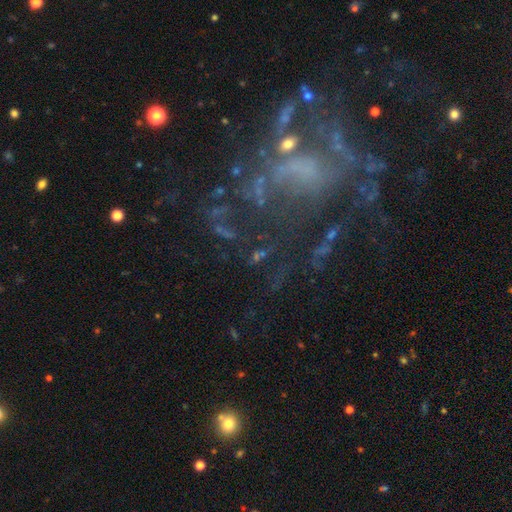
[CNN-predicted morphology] A featured or disk galaxy (67%) with no bar (69%), no spiral arms (53%) and no central bulge (53%). Merging: none (45%).